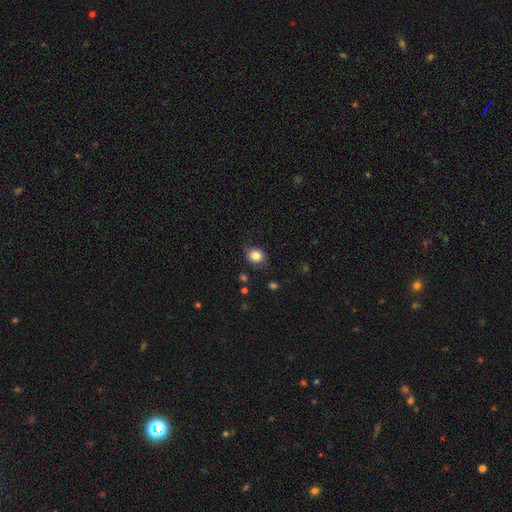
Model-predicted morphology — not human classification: Q: Smooth or featured?
A: smooth (84%); runner-up: star or artifact (10%)
Q: How rounded?
A: round (70%); runner-up: in between (29%)
Q: Merging?
A: none (75%); runner-up: minor disturbance (18%)